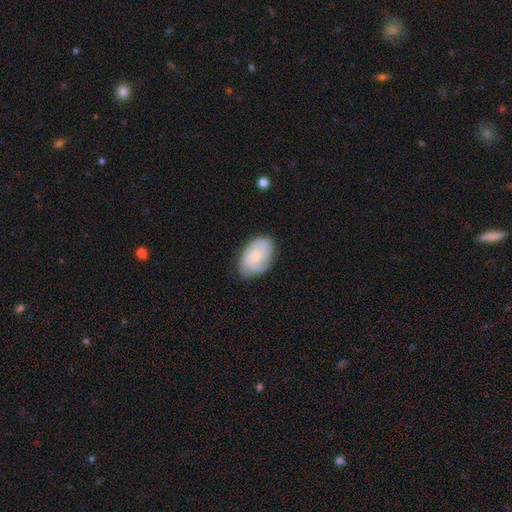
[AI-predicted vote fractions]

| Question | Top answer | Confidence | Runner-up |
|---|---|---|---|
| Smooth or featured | featured or disk | 54% | smooth (40%) |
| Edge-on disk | no | 97% | yes (3%) |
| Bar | no | 80% | weak (18%) |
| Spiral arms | yes | 85% | no (15%) |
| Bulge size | small | 64% | moderate (29%) |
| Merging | none | 66% | minor disturbance (26%) |